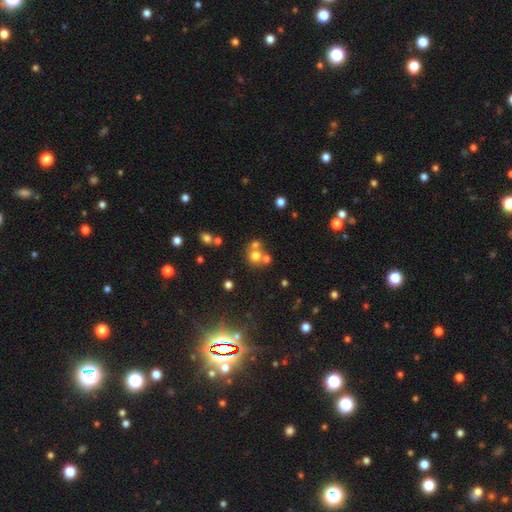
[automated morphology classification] This is likely a smooth galaxy (67%). How rounded: clearly round (86%). Merging: possibly none (48%).